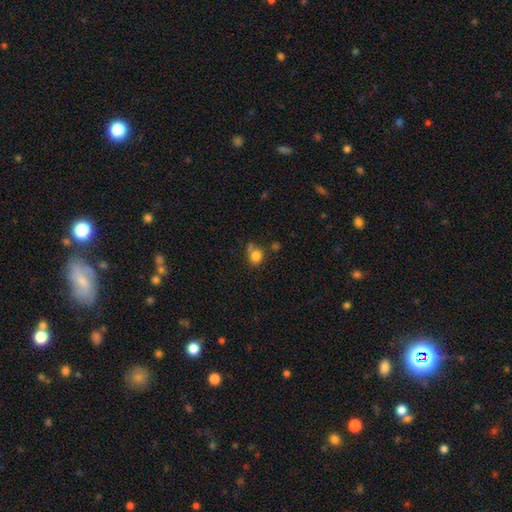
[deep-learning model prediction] smooth 81%, star or artifact 12%, featured or disk 8%. Down the decision tree: how rounded — round (73%); merging — none (56%).